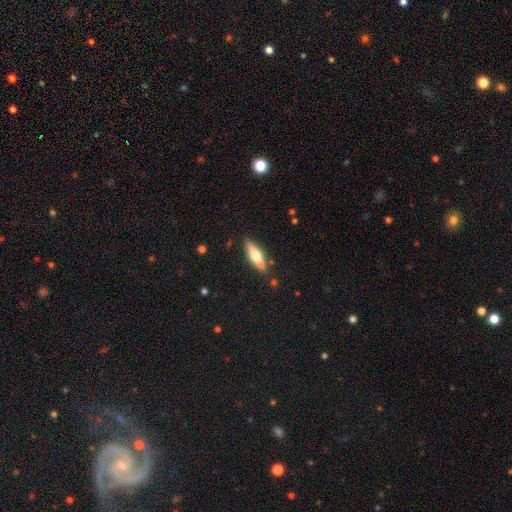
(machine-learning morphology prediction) Smooth or featured?
  - smooth: 51% *
  - featured or disk: 44%
  - star or artifact: 6%
How rounded?
  - cigar-shaped: 52% *
  - in between: 45%
  - round: 2%
Merging?
  - none: 79% *
  - minor disturbance: 13%
  - merger: 6%
  - major disturbance: 3%